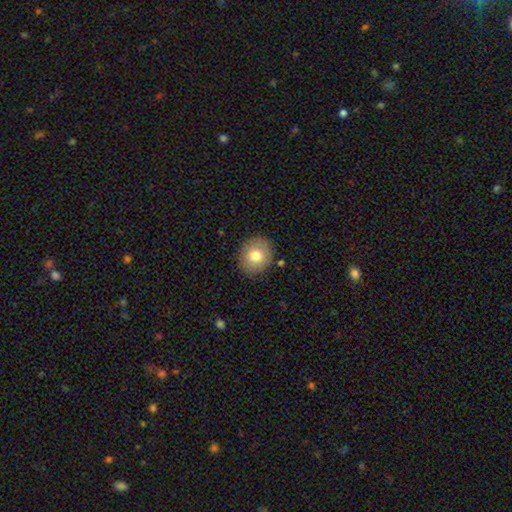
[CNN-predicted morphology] This is likely a smooth galaxy (77%). How rounded: likely round (80%). Merging: clearly none (88%).